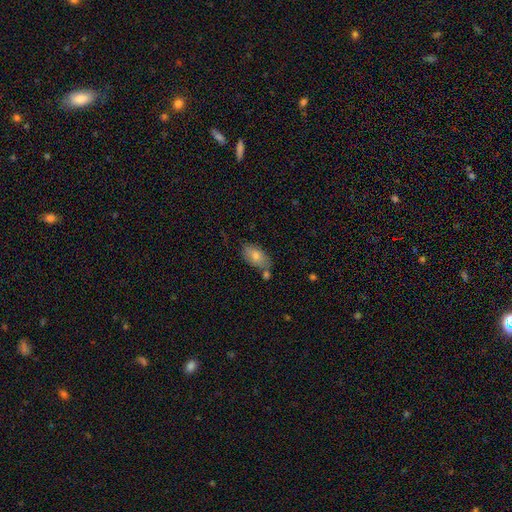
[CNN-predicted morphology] Smooth or featured: smooth — 73% (featured or disk — 18%)
How rounded: in between — 91% (round — 6%)
Merging: none — 65% (minor disturbance — 17%)